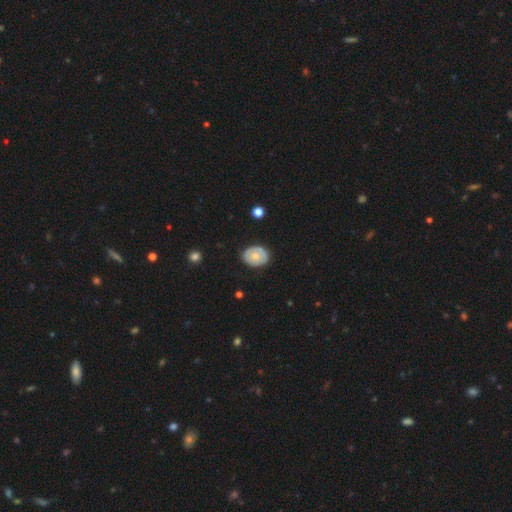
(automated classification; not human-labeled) Smooth or featured? smooth (60%)
How rounded? in between (60%)
Merging? none (80%)